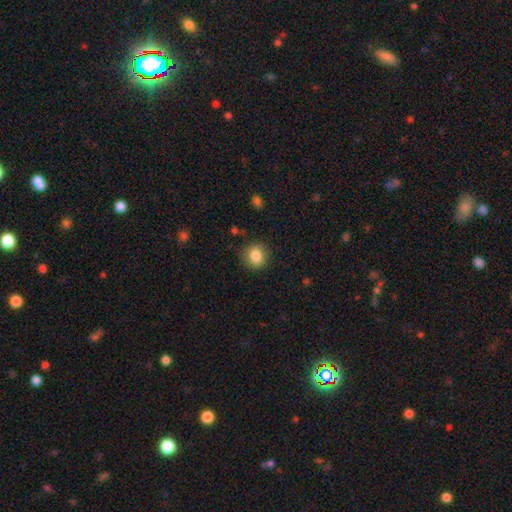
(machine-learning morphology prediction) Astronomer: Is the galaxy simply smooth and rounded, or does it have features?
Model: smooth — 85%.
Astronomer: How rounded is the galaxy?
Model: round — 68%.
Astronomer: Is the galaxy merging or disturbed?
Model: none — 84%.